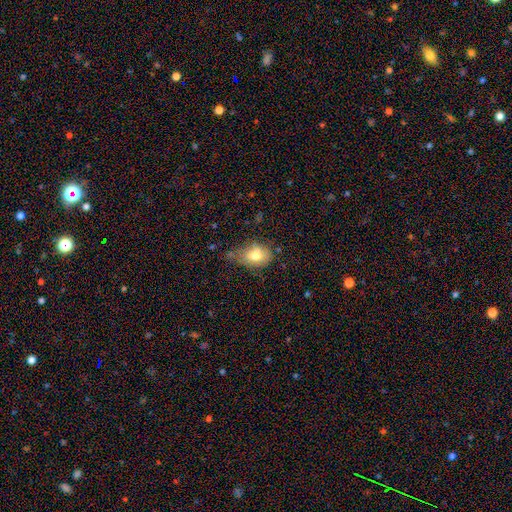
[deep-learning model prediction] A smooth galaxy with no disk features (74%) that is in between round and cigar-shaped (77%).

Vote fractions:
- Smooth or featured? smooth: 74% / featured or disk: 17% / star or artifact: 10%
- How rounded? in between: 77% / round: 21% / cigar-shaped: 2%
- Merging? none: 45% / minor disturbance: 36% / major disturbance: 12% / merger: 8%